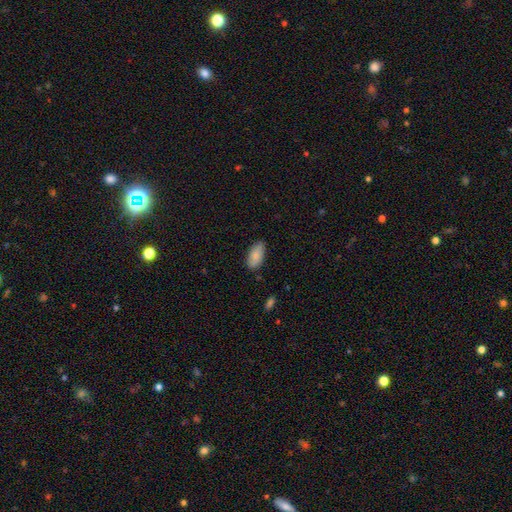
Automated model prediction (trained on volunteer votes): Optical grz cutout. It shows a smooth galaxy with no disk features (83%) that is in between round and cigar-shaped (92%). Merging: none (79%).